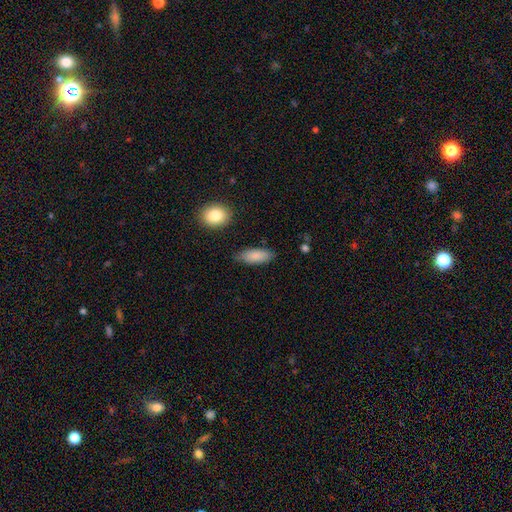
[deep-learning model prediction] Overall: smooth (86%). How rounded: in between (77%). Merging: none (79%).